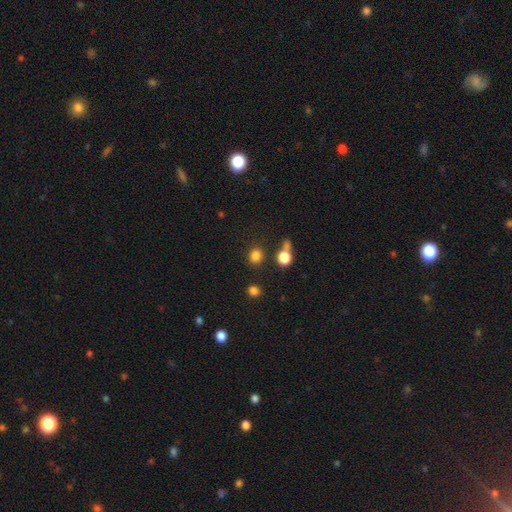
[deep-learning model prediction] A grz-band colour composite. It shows a smooth galaxy with no disk features (82%) that is round (79%). Merging: none (79%).